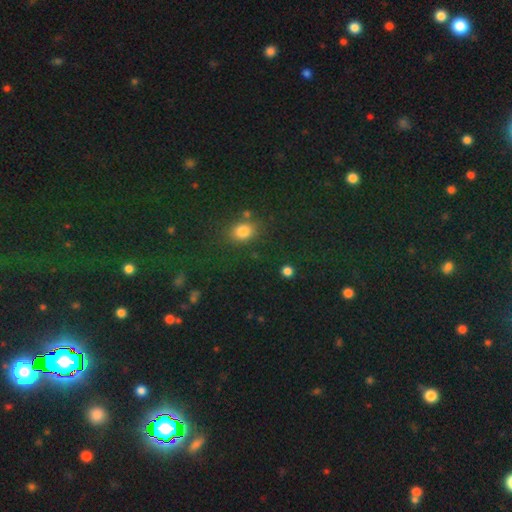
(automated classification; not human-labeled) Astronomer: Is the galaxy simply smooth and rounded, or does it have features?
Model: smooth — 52% (runner-up: star or artifact, 42%).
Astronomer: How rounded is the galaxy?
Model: round — 72%.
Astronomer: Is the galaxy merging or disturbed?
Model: none — 86%.